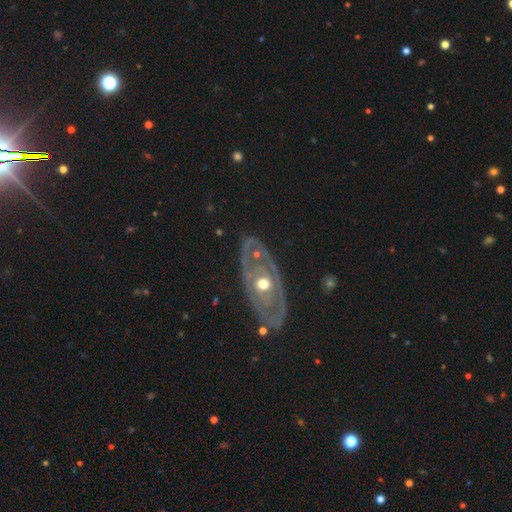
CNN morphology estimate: This appears to be a featured or disk galaxy (80%) with no bar (88%), no spiral arms (55%) and a moderate central bulge (75%). Merging: none (79%).